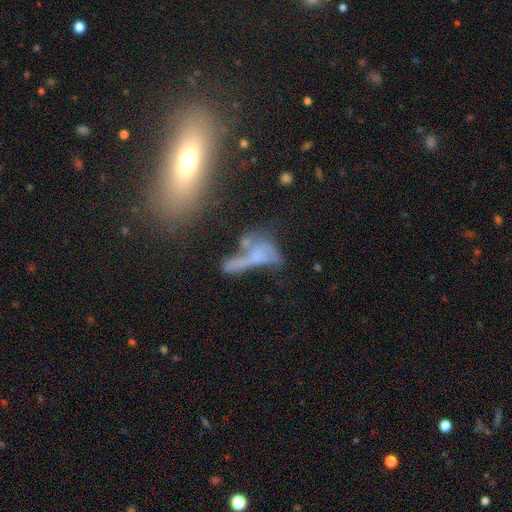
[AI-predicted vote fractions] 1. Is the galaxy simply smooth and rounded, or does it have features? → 43% featured or disk, 39% smooth, 18% star or artifact.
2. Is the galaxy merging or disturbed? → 43% merger, 23% none, 22% major disturbance, 12% minor disturbance.